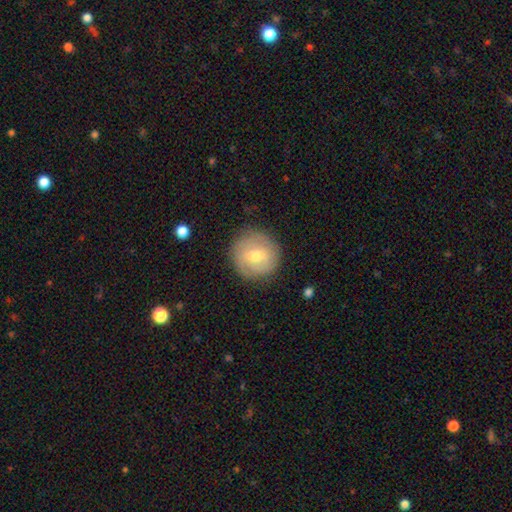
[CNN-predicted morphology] smooth-or-featured: smooth: 50% | featured or disk: 42% | star or artifact: 8%
  how-rounded: round: 94% | in between: 5% | cigar-shaped: 1%
  merging: none: 84% | minor disturbance: 11% | major disturbance: 3% | merger: 1%